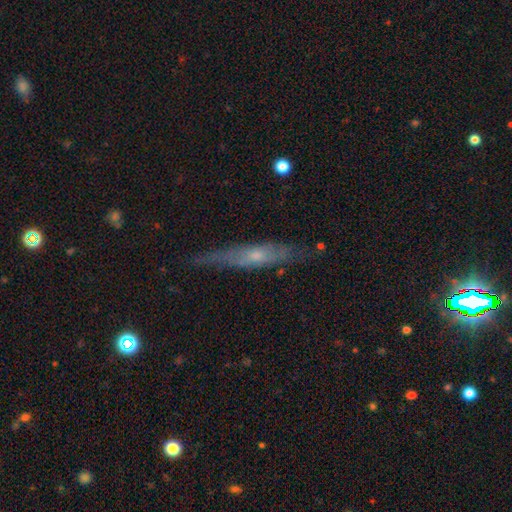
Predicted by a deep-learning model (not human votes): Morphology: type=featured or disk (61%); edge-on=yes (79%); merging=none (74%).